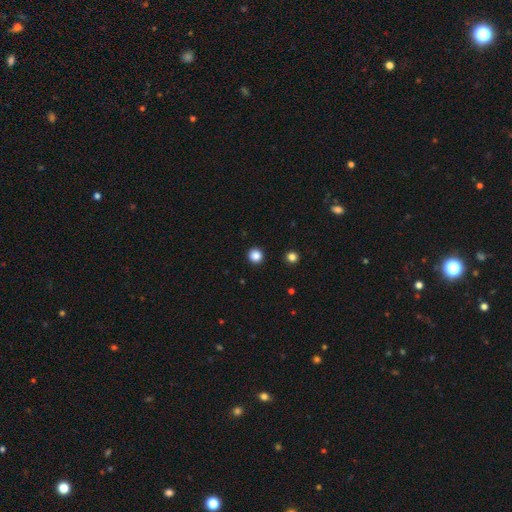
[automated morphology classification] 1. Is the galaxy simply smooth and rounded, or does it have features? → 86% smooth, 11% star or artifact, 3% featured or disk.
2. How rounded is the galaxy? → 95% round, 4% in between, 1% cigar-shaped.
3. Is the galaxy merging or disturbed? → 94% none, 4% minor disturbance, 2% major disturbance, 1% merger.